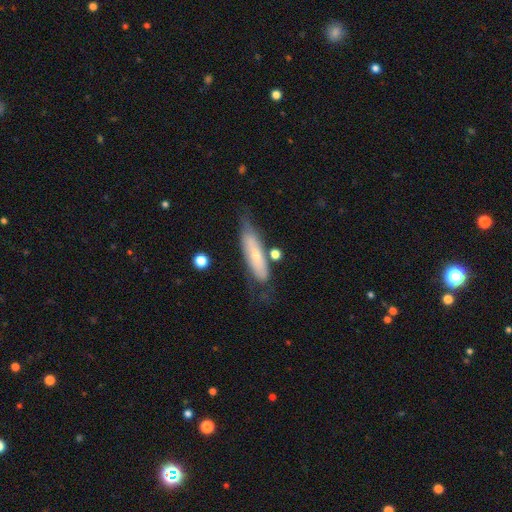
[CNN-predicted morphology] This is possibly a smooth galaxy (50%). How rounded: likely cigar-shaped (63%). Merging: possibly none (59%).